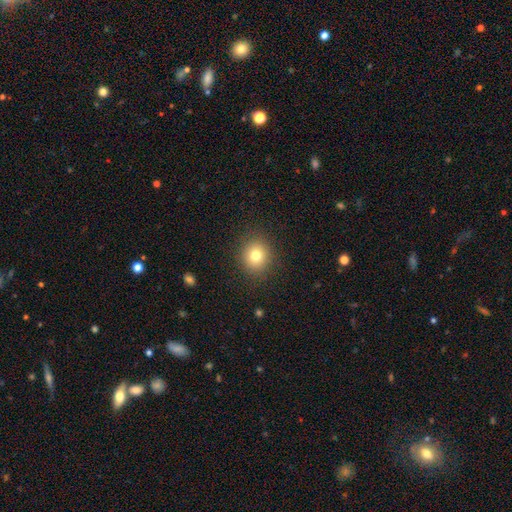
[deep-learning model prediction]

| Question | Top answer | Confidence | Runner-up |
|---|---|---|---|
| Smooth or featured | smooth | 78% | star or artifact (12%) |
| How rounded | round | 83% | in between (16%) |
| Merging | none | 89% | minor disturbance (7%) |